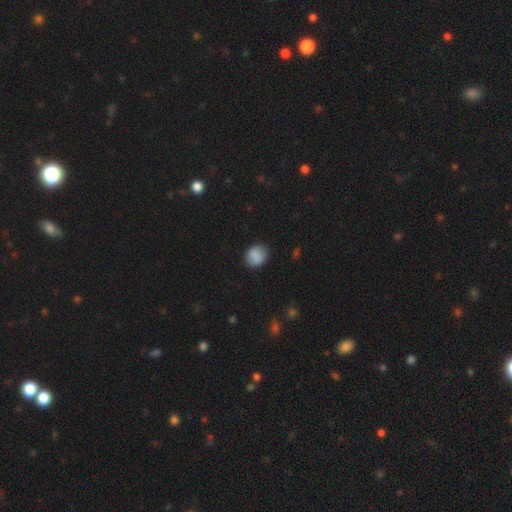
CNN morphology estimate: Q: Smooth or featured?
A: smooth (86%); runner-up: star or artifact (8%)
Q: How rounded?
A: round (59%); runner-up: in between (40%)
Q: Merging?
A: none (83%); runner-up: minor disturbance (13%)